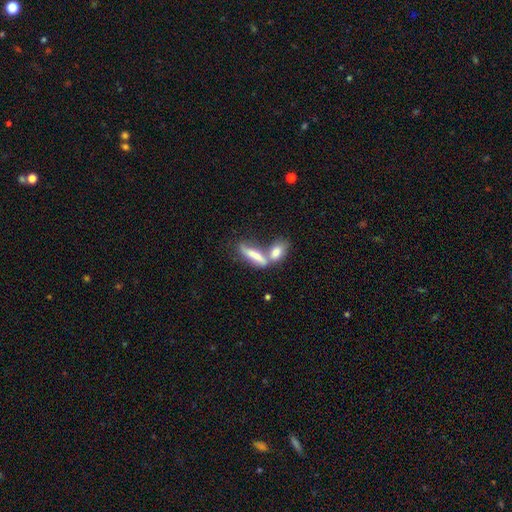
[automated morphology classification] type=smooth (58%); roundness=cigar-shaped (58%); merging=merger (52%).